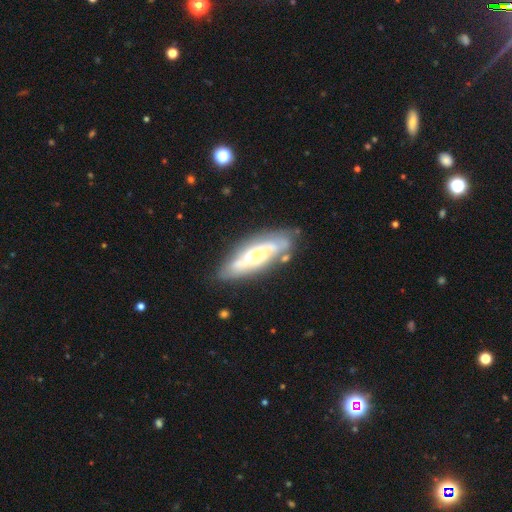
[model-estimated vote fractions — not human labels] Overall: featured or disk (67%). Edge-on disk: no (68%; yes 32%). Merging: none (69%).